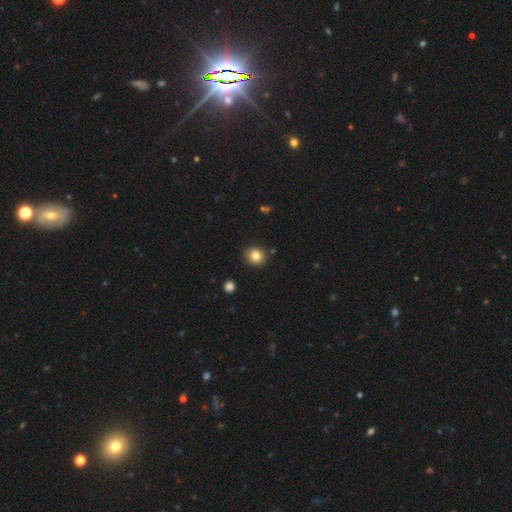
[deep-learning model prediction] smooth 83%, star or artifact 11%, featured or disk 6%. Down the decision tree: how rounded — round (88%); merging — none (89%).